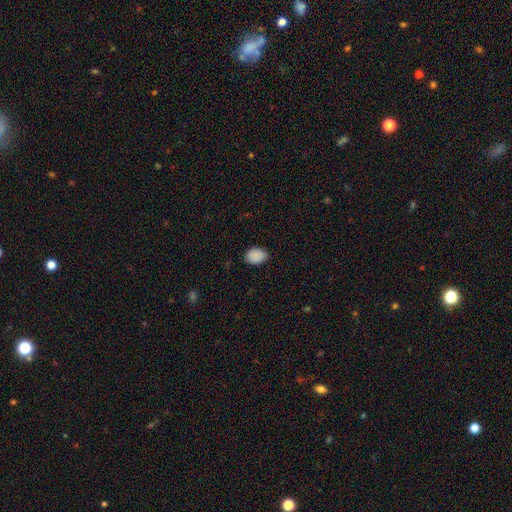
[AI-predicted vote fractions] Smooth or featured?
  - smooth: 89% *
  - star or artifact: 8%
  - featured or disk: 3%
How rounded?
  - in between: 72% *
  - round: 27%
  - cigar-shaped: 1%
Merging?
  - none: 79% *
  - minor disturbance: 17%
  - major disturbance: 3%
  - merger: 1%